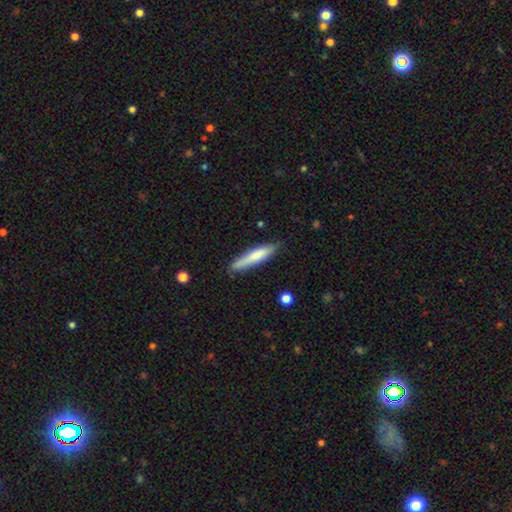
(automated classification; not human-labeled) Q: Smooth or featured?
A: smooth (72%); runner-up: featured or disk (23%)
Q: How rounded?
A: cigar-shaped (86%); runner-up: in between (13%)
Q: Merging?
A: none (79%); runner-up: minor disturbance (17%)